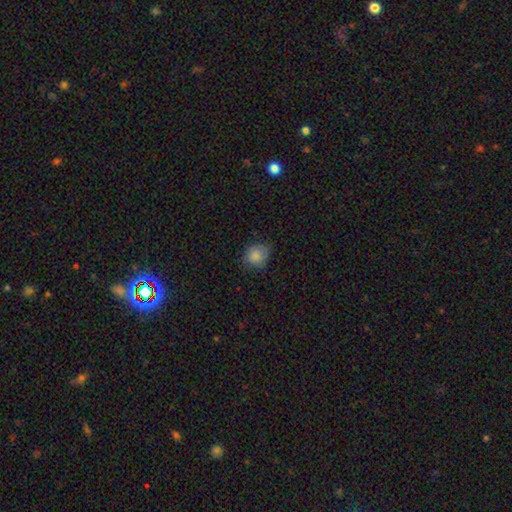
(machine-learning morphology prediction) smooth 84%, star or artifact 10%, featured or disk 7%. Down the decision tree: how rounded — round (78%); merging — none (63%).